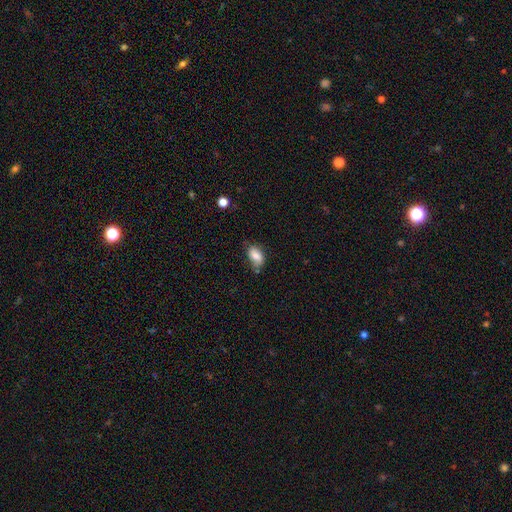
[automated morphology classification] type=smooth (77%); roundness=in between (89%); merging=none (51%).